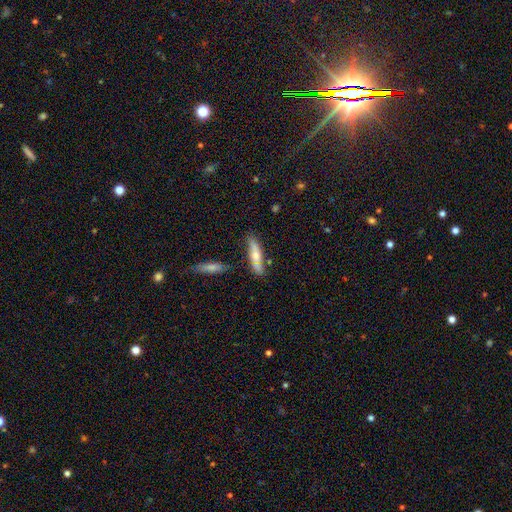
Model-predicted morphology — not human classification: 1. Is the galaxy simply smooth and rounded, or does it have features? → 56% smooth, 37% featured or disk, 6% star or artifact.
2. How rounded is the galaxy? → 68% cigar-shaped, 29% in between, 2% round.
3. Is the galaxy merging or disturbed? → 70% none, 17% minor disturbance, 9% merger, 4% major disturbance.